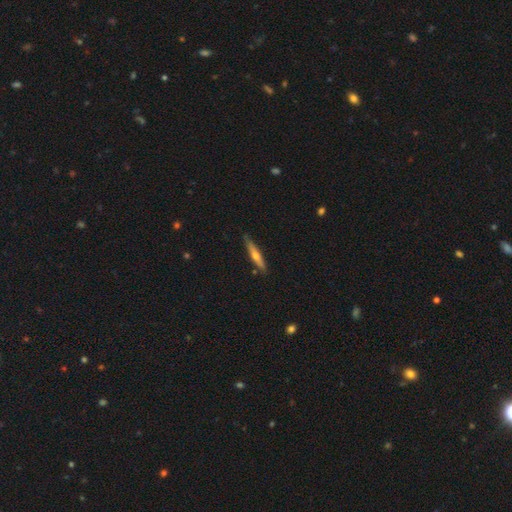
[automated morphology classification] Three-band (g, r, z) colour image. It shows a featured or disk galaxy (57%) viewed edge-on (95%) with a rounded central bulge (84%). Merging: none (85%).